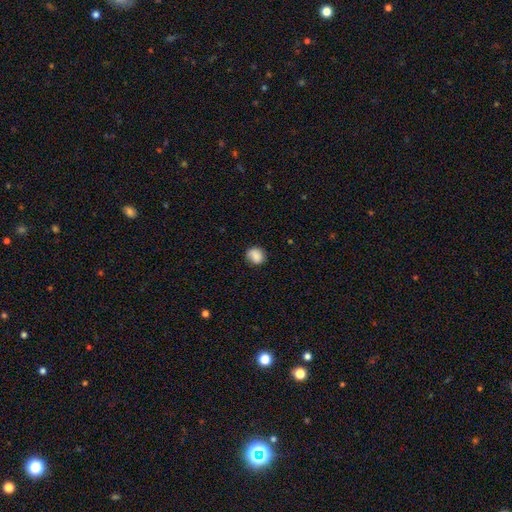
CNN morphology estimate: This is clearly a smooth galaxy (82%). How rounded: likely round (77%). Merging: likely none (75%).